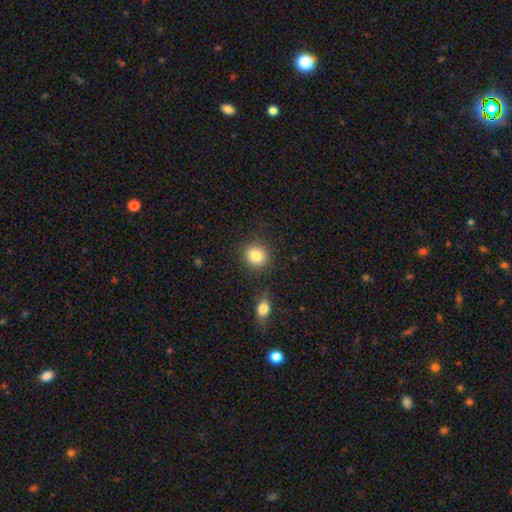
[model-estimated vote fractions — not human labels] Smooth or featured? Predicted: smooth (p=0.84). How rounded? Predicted: round (p=0.75). Merging? Predicted: none (p=0.84).